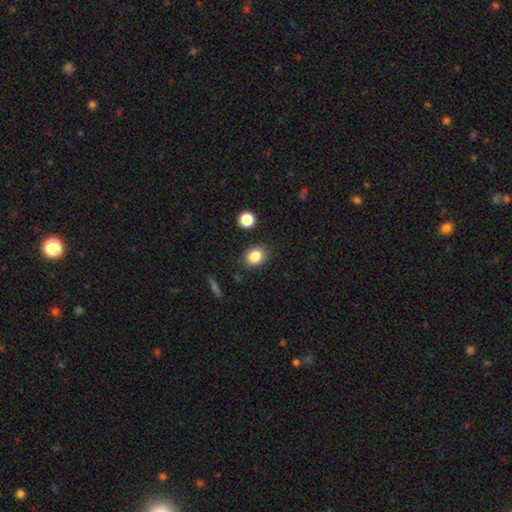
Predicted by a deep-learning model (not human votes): Smooth or featured? Predicted: smooth (p=0.85). How rounded? Predicted: round (p=0.53). Merging? Predicted: none (p=0.85).